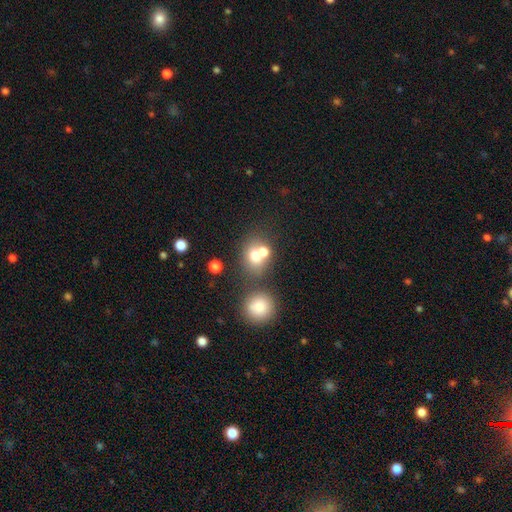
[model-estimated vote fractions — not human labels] This is likely a smooth galaxy (69%). How rounded: likely round (69%). Merging: marginally none (44%).